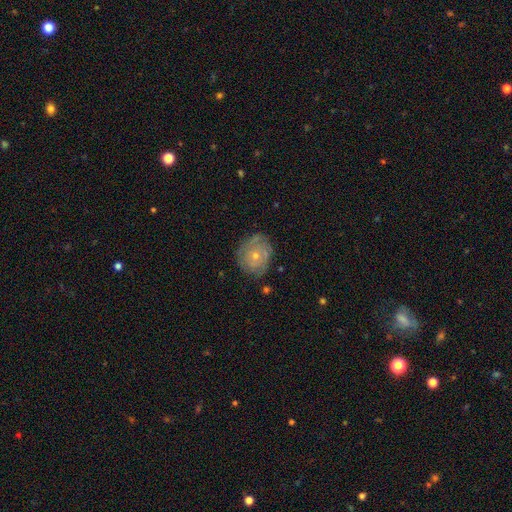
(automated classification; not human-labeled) Smooth or featured? Predicted: featured or disk (p=0.57). Edge-on disk? Predicted: no (p=0.97). Bar? Predicted: no (p=0.87). Spiral arms? Predicted: yes (p=0.67). Bulge size? Predicted: small (p=0.61). Merging? Predicted: none (p=0.70).